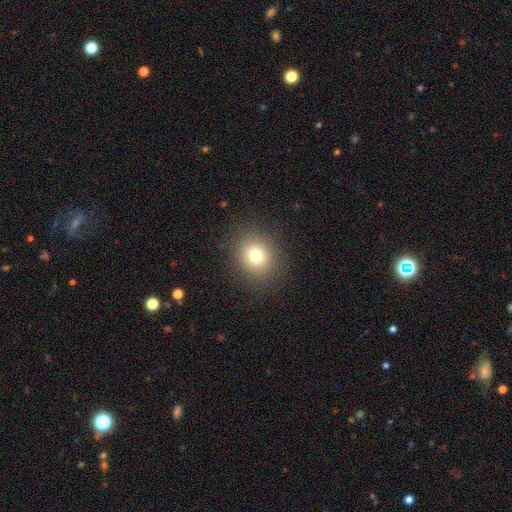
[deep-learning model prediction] Overall: smooth (75%). How rounded: round (74%). Merging: none (88%).